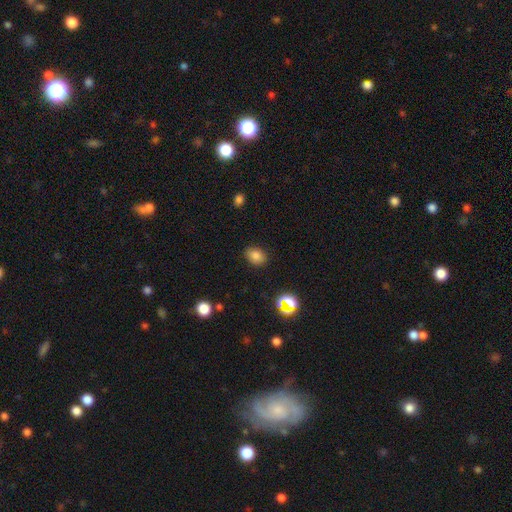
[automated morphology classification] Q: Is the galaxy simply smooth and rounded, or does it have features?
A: smooth — 80%.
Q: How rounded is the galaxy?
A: in between — 63%.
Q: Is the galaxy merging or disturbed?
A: none — 86%.